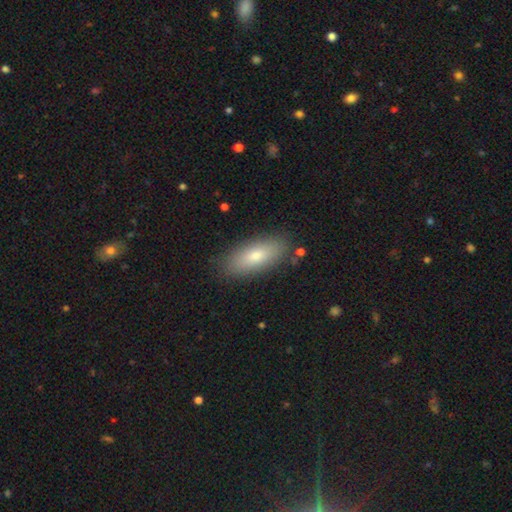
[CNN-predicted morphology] This is likely a smooth galaxy (76%). How rounded: likely in between (76%). Merging: clearly none (86%).